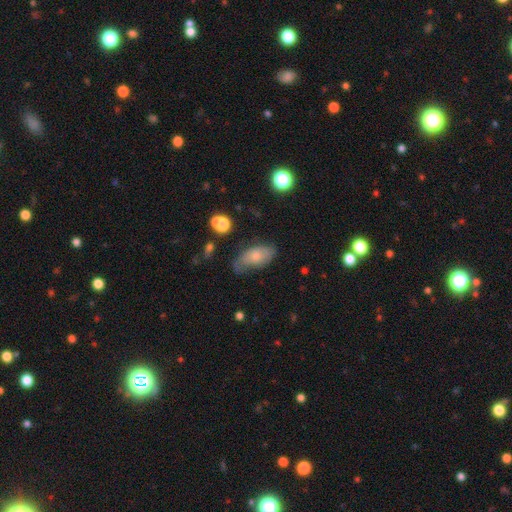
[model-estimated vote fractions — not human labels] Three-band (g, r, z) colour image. It shows a smooth galaxy with no disk features (63%) that is in between round and cigar-shaped (90%). Merging: none (47%).